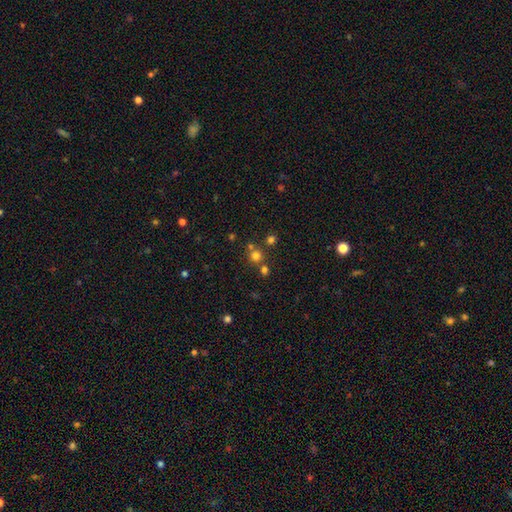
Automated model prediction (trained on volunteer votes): A smooth galaxy with no disk features (68%) that is round (91%). Merging: none (69%).